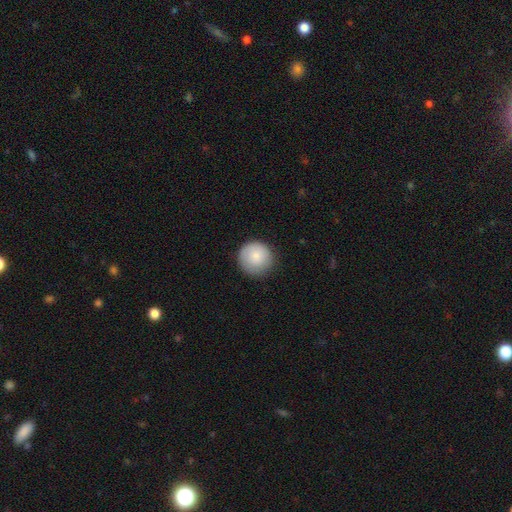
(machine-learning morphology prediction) Smooth or featured? smooth (85%)
How rounded? round (94%)
Merging? none (85%)